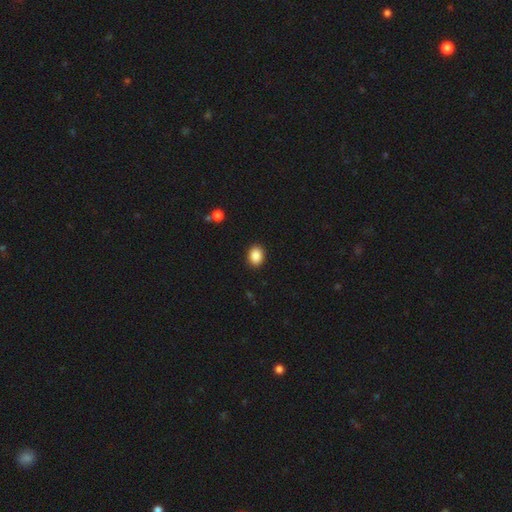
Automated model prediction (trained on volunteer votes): smooth_or_featured: smooth (p=0.88) [alt: star or artifact p=0.09]
how_rounded: in between (p=0.56) [alt: round p=0.43]
merging: none (p=0.90) [alt: minor disturbance p=0.07]